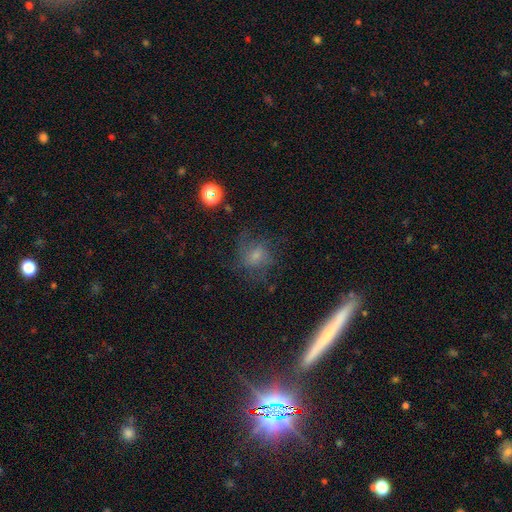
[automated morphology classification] The model was most divided on "smooth or featured": smooth: 47%, featured or disk: 35%, star or artifact: 18%. More confident: merging — none (59%).